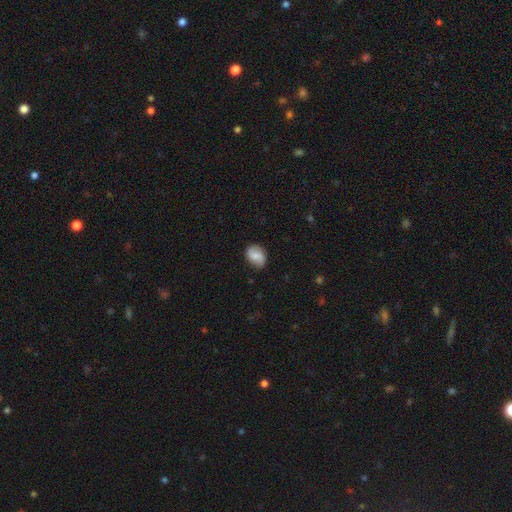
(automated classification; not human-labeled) This is likely a smooth galaxy (65%). How rounded: likely in between (64%). Merging: likely none (79%).